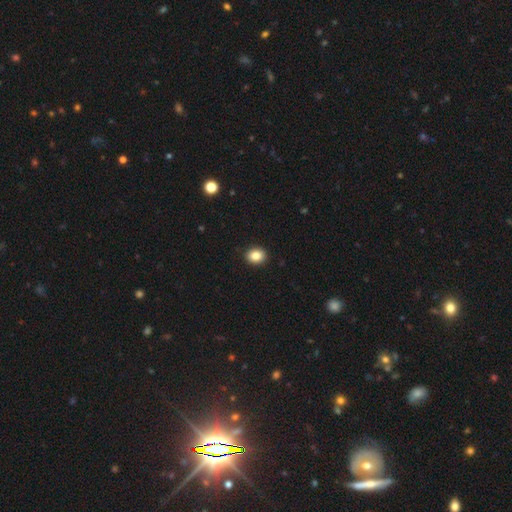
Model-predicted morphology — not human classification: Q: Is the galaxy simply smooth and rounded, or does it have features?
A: smooth — 86%.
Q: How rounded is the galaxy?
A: round — 54%.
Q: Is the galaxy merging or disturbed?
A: none — 92%.